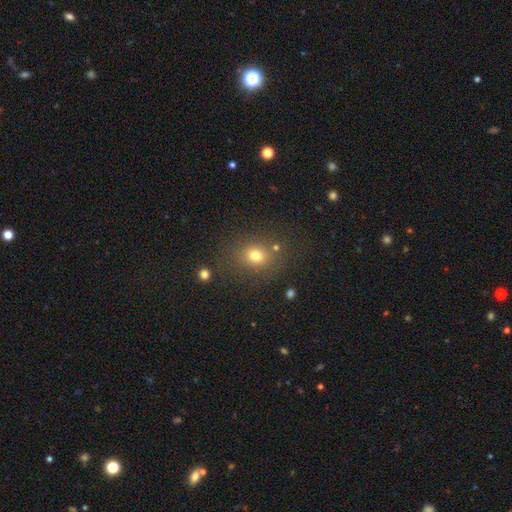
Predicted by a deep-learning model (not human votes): smooth-or-featured: smooth: 74% | star or artifact: 17% | featured or disk: 9%
  how-rounded: round: 66% | in between: 33% | cigar-shaped: 1%
  merging: none: 77% | minor disturbance: 12% | merger: 6% | major disturbance: 6%